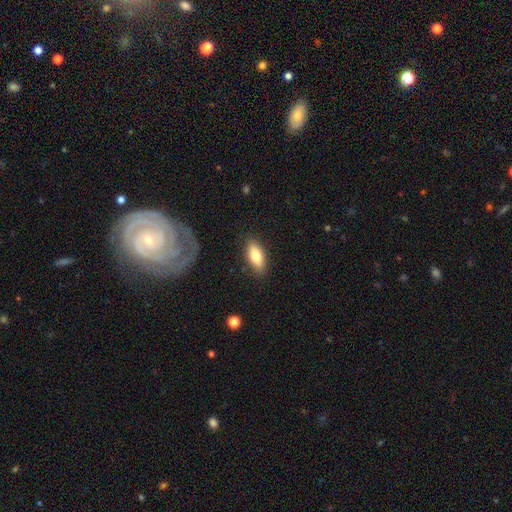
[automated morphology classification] smooth_or_featured: smooth (p=0.77) [alt: featured or disk p=0.16]
how_rounded: in between (p=0.79) [alt: cigar-shaped p=0.19]
merging: none (p=0.85) [alt: minor disturbance p=0.11]